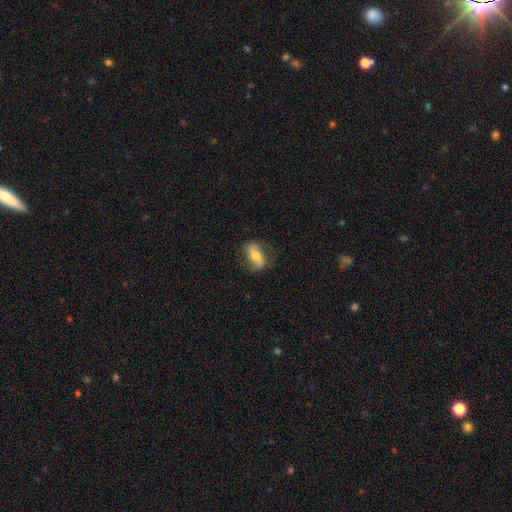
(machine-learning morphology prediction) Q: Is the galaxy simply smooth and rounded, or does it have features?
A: featured or disk — 60%.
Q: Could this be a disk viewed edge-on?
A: no — 88%.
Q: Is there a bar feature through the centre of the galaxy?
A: strong — 45%.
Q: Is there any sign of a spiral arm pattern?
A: yes — 82%.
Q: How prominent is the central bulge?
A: moderate — 57%.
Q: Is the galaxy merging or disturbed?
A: none — 73%.